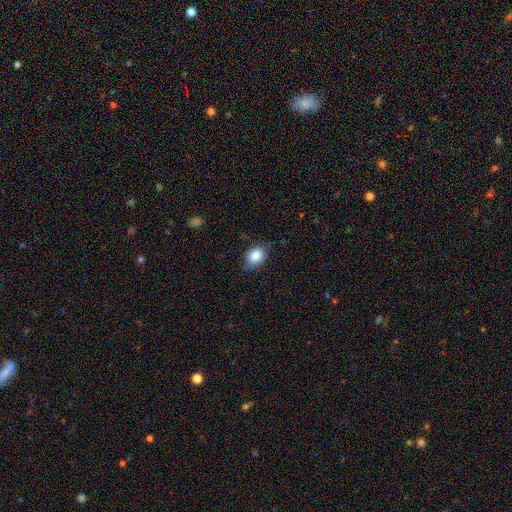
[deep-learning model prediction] A smooth galaxy with no disk features (85%) that is in between round and cigar-shaped (77%).

Vote fractions:
- Smooth or featured? smooth: 85% / star or artifact: 8% / featured or disk: 7%
- How rounded? in between: 77% / round: 22% / cigar-shaped: 1%
- Merging? none: 75% / minor disturbance: 20% / major disturbance: 4% / merger: 1%